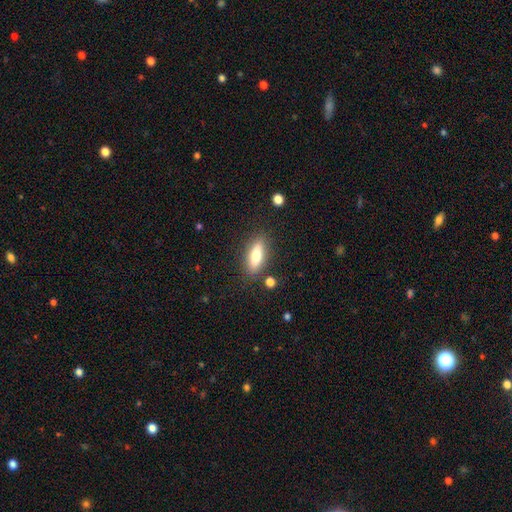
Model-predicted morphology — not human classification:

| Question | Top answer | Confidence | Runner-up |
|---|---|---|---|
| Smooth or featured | smooth | 69% | featured or disk (23%) |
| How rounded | in between | 53% | cigar-shaped (44%) |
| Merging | none | 84% | minor disturbance (10%) |